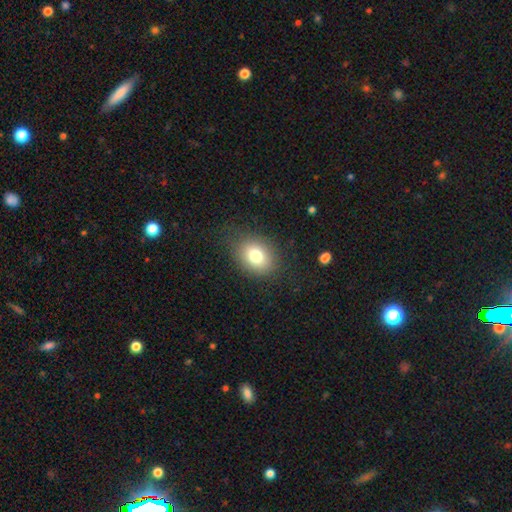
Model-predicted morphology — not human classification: smooth_or_featured: smooth (p=0.77) [alt: featured or disk p=0.12]
how_rounded: in between (p=0.57) [alt: round p=0.42]
merging: none (p=0.80) [alt: minor disturbance p=0.13]